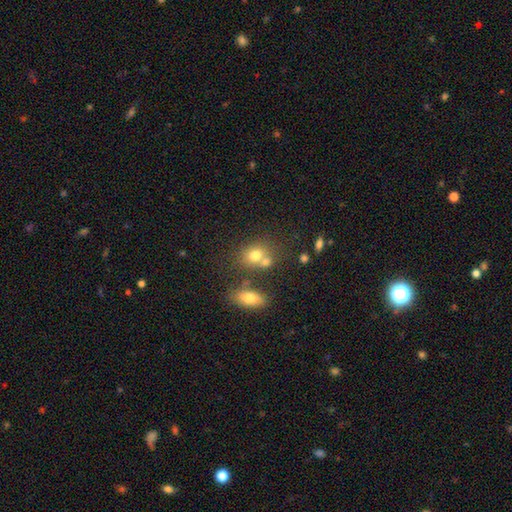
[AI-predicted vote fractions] smooth-or-featured: smooth: 73% | featured or disk: 14% | star or artifact: 13%
  how-rounded: round: 51% | in between: 48% | cigar-shaped: 1%
  merging: none: 47% | merger: 37% | minor disturbance: 12% | major disturbance: 5%